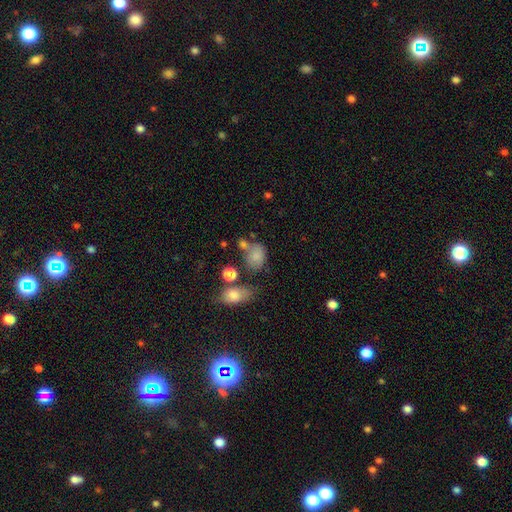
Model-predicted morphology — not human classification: The model was most divided on "how rounded": in between: 60%, round: 39%, cigar-shaped: 2%. Remaining: smooth or featured — smooth (79%); merging — none (46%).